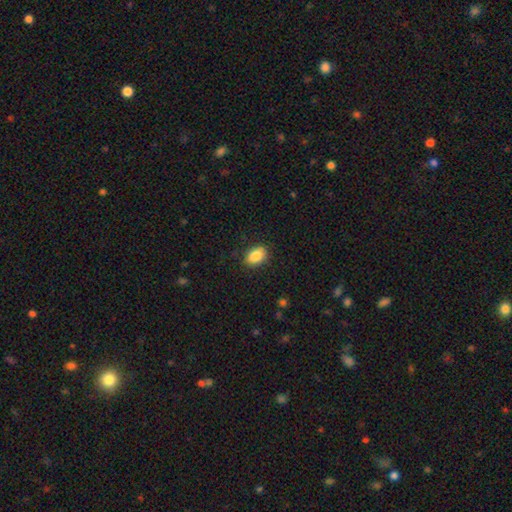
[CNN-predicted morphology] smooth_or_featured: smooth (p=0.87) [alt: star or artifact p=0.08]
how_rounded: in between (p=0.83) [alt: round p=0.15]
merging: none (p=0.86) [alt: minor disturbance p=0.11]